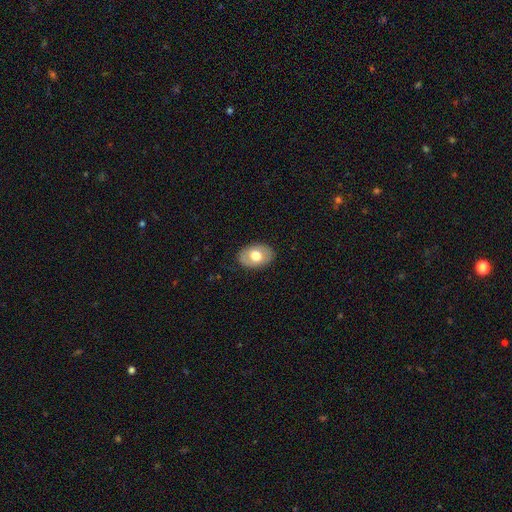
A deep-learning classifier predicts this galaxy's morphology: smooth-or-featured: smooth: 64% | featured or disk: 30% | star or artifact: 7%
  how-rounded: in between: 82% | round: 17% | cigar-shaped: 1%
  merging: none: 85% | minor disturbance: 11% | major disturbance: 3% | merger: 1%